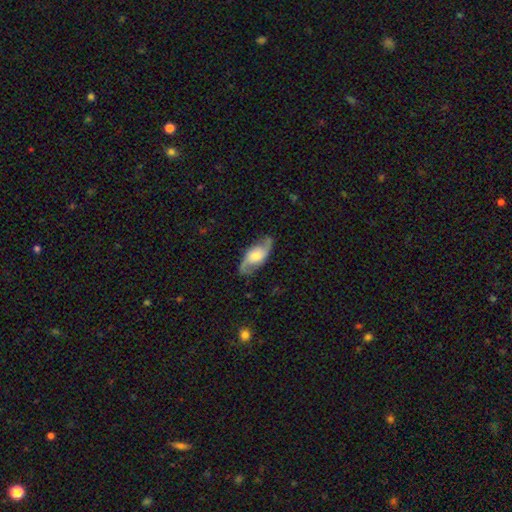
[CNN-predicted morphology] featured or disk 76%, smooth 18%, star or artifact 6%. Down the decision tree: edge-on disk — no (91%); bar — no (54%); spiral arms — yes (93%); spiral arm count — 2 (91%); spiral winding — loose (50%); bulge size — moderate (52%); merging — none (79%).